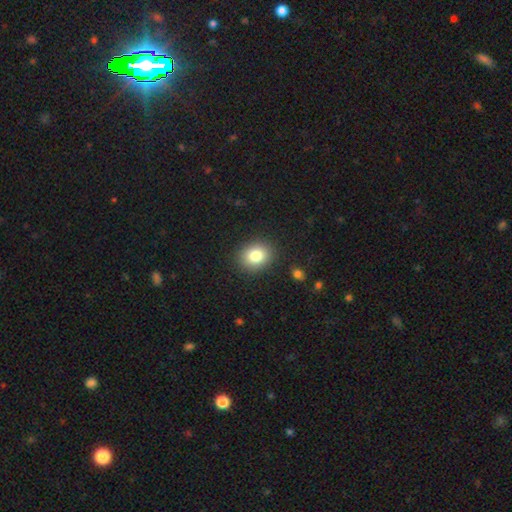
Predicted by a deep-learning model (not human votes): This is clearly a smooth galaxy (82%). How rounded: likely round (62%). Merging: clearly none (89%).